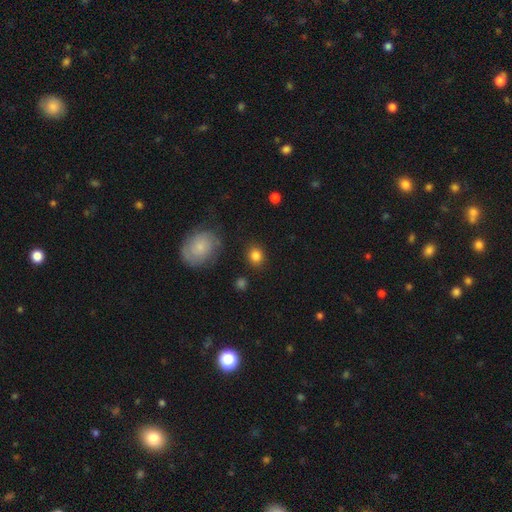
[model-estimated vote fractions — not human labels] Smooth or featured?
  - smooth: 84% *
  - star or artifact: 9%
  - featured or disk: 8%
How rounded?
  - round: 71% *
  - in between: 28%
  - cigar-shaped: 1%
Merging?
  - none: 85% *
  - minor disturbance: 9%
  - major disturbance: 3%
  - merger: 3%